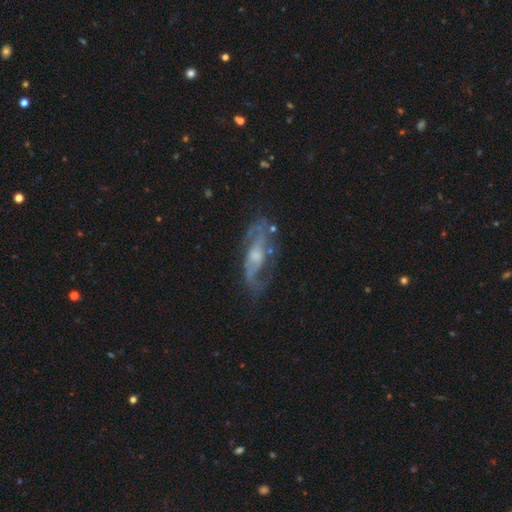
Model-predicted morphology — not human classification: This appears to be a featured or disk galaxy (81%) with no bar (47%), 2 (78%) medium (46%) spiral arms (88%) and a moderate central bulge (43%). Merging: none (62%).